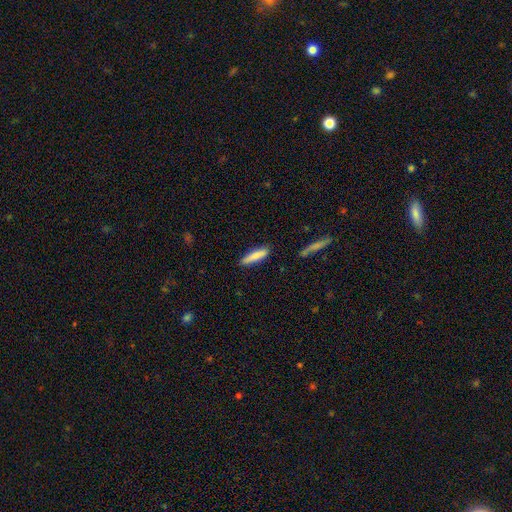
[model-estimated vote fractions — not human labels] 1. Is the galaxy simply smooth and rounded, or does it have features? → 81% smooth, 13% featured or disk, 6% star or artifact.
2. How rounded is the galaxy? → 80% cigar-shaped, 18% in between, 1% round.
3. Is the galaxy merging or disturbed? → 86% none, 10% minor disturbance, 2% major disturbance, 2% merger.